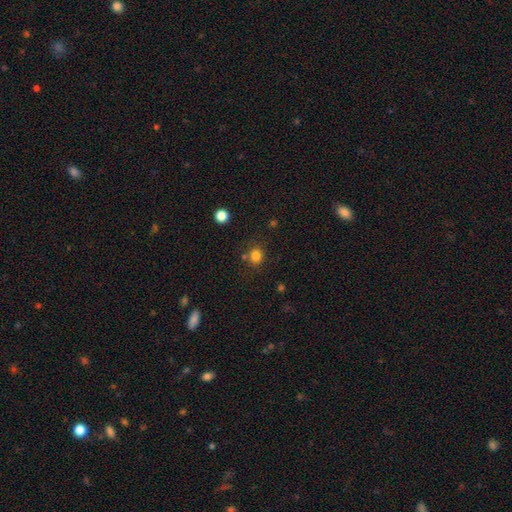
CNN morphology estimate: The model was most divided on "merging": none: 76%, minor disturbance: 11%, merger: 9%, major disturbance: 4%. More confident: how rounded — round (84%); smooth or featured — smooth (81%).